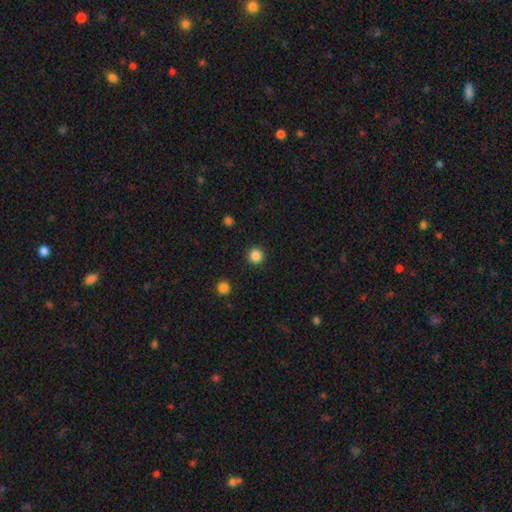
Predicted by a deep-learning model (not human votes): A smooth galaxy with no disk features (85%) that is round (95%). Merging: none (93%).